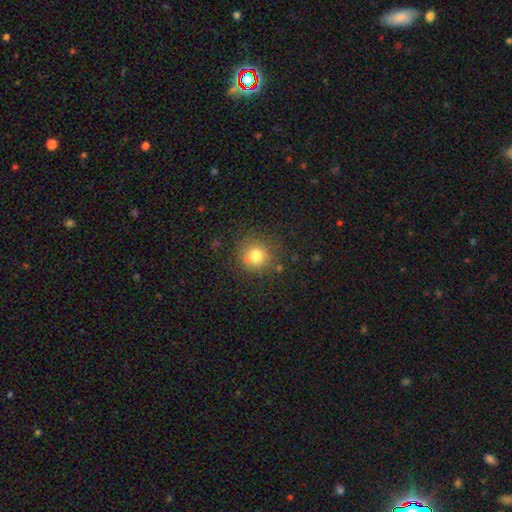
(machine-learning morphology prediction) Q: Smooth or featured?
A: smooth (78%); runner-up: star or artifact (13%)
Q: How rounded?
A: round (90%); runner-up: in between (9%)
Q: Merging?
A: none (78%); runner-up: minor disturbance (13%)